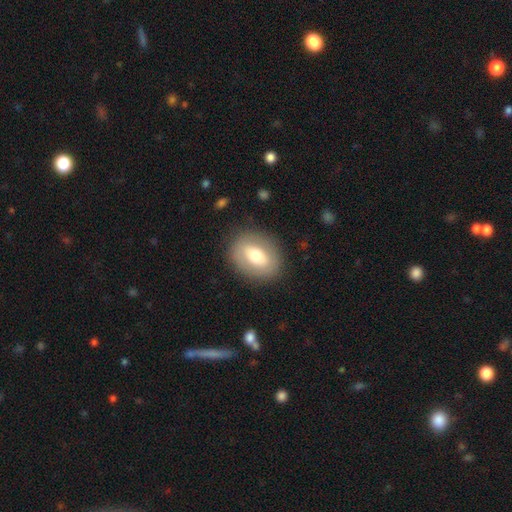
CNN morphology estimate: A smooth galaxy with no disk features (57%) that is in between round and cigar-shaped (66%).

Vote fractions:
- Smooth or featured? smooth: 57% / featured or disk: 36% / star or artifact: 7%
- How rounded? in between: 66% / round: 33% / cigar-shaped: 1%
- Merging? none: 84% / minor disturbance: 10% / major disturbance: 5% / merger: 1%